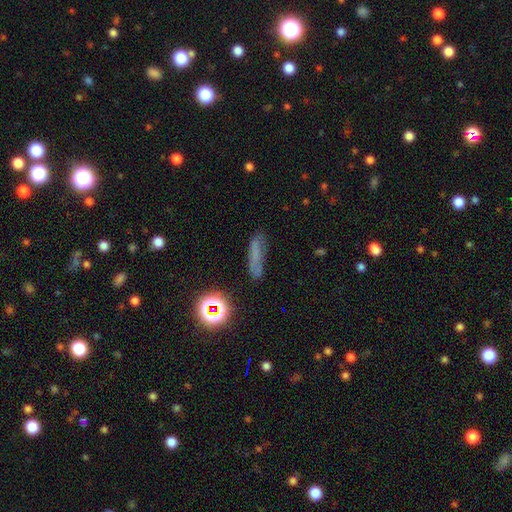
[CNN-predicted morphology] Smooth or featured? Predicted: smooth (p=0.59). How rounded? Predicted: cigar-shaped (p=0.71). Merging? Predicted: none (p=0.69).